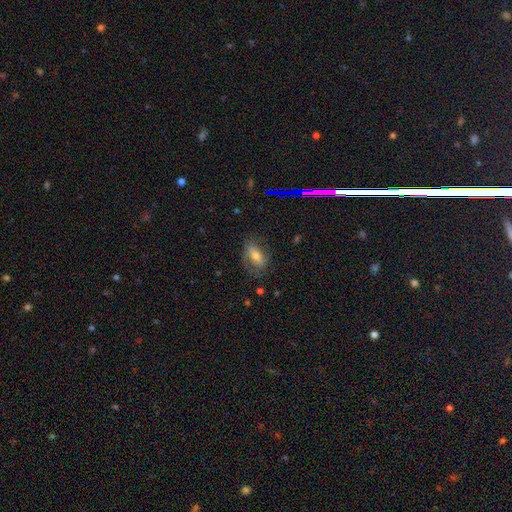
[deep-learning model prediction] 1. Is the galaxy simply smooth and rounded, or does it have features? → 45% smooth, 42% featured or disk, 13% star or artifact.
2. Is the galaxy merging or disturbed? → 63% none, 21% minor disturbance, 14% major disturbance, 2% merger.